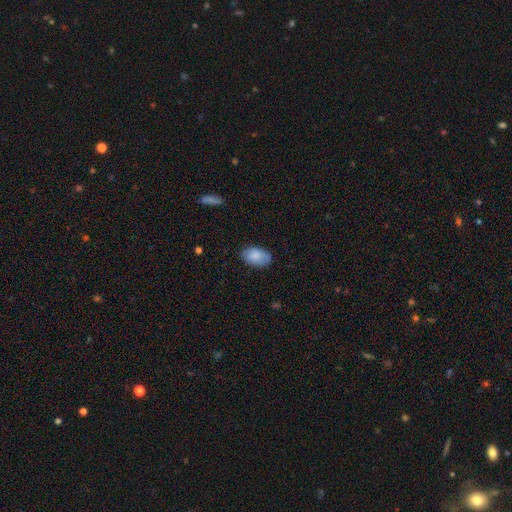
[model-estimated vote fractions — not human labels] This is clearly a smooth galaxy (83%). How rounded: clearly in between (92%). Merging: likely none (78%).